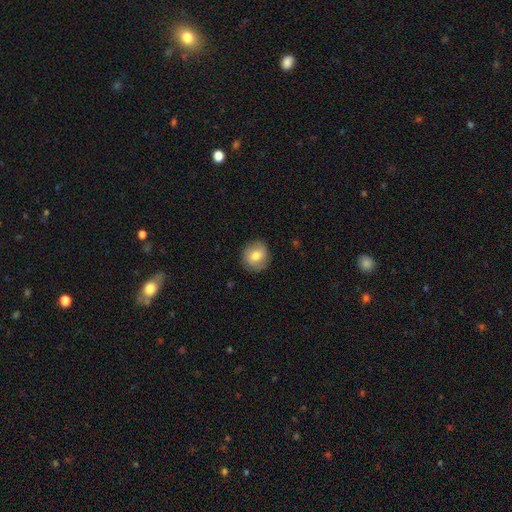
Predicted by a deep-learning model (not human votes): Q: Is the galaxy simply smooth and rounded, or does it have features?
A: smooth — 71%.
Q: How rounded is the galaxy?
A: round — 86%.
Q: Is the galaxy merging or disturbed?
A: none — 85%.